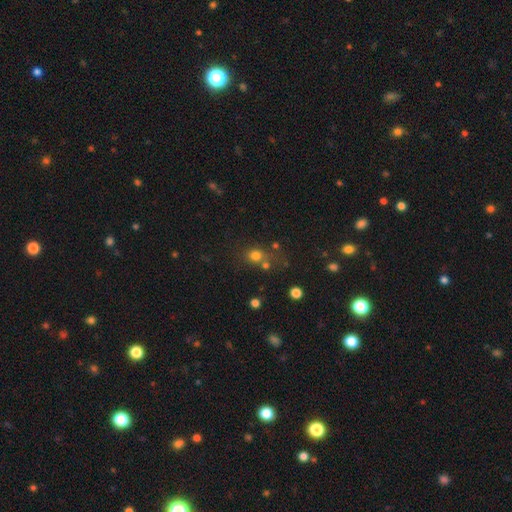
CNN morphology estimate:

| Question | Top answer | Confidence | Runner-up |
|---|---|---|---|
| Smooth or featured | smooth | 73% | star or artifact (18%) |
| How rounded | round | 74% | in between (25%) |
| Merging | none | 55% | merger (24%) |